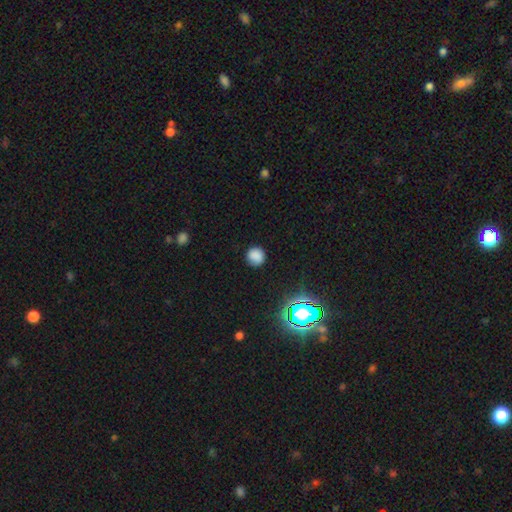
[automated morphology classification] smooth_or_featured: smooth (p=0.80) [alt: star or artifact p=0.15]
how_rounded: round (p=0.92) [alt: in between p=0.07]
merging: none (p=0.87) [alt: minor disturbance p=0.09]